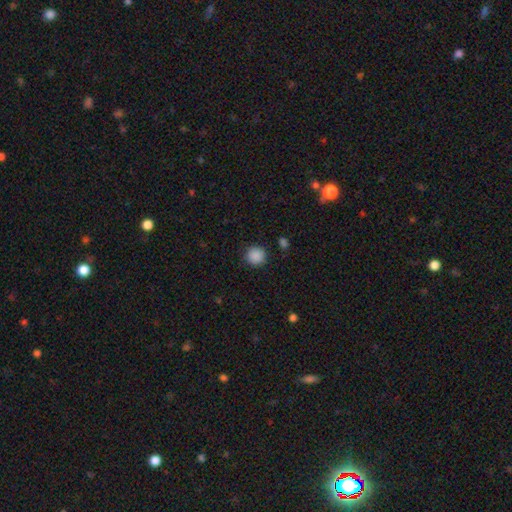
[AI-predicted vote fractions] Smooth or featured? smooth (88%)
How rounded? round (94%)
Merging? none (90%)